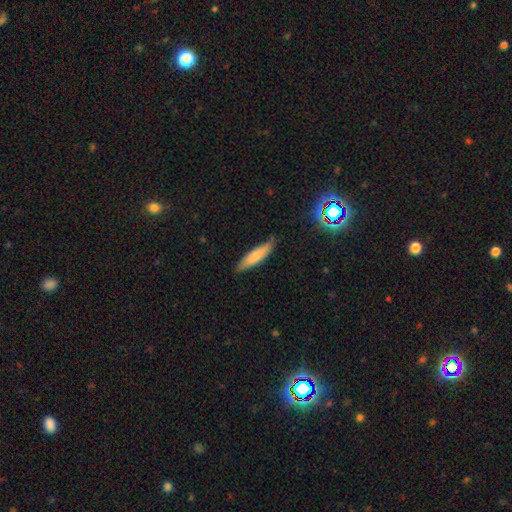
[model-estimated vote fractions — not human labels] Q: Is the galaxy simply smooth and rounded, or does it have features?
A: smooth — 75%.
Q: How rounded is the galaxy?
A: cigar-shaped — 74%.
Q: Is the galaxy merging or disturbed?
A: none — 81%.